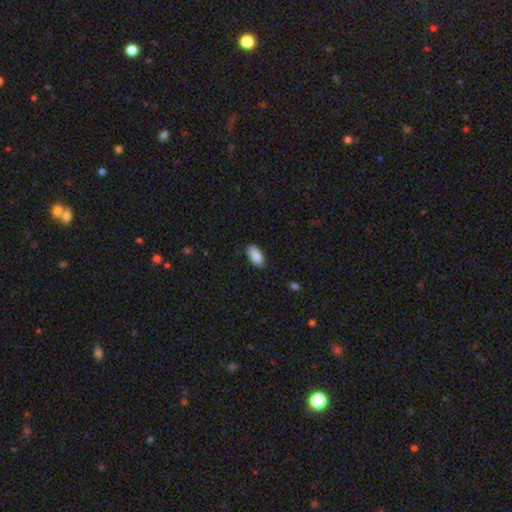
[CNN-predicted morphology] Overall: smooth (90%). How rounded: in between (90%). Merging: none (86%).